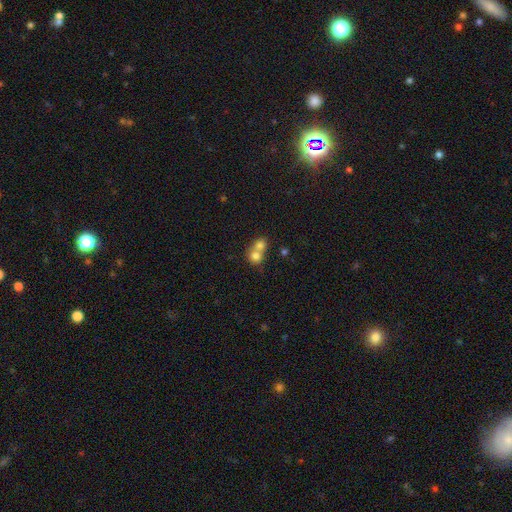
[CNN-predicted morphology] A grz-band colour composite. It shows a smooth galaxy with no disk features (76%) that is round (79%). Merging: merger (66%).